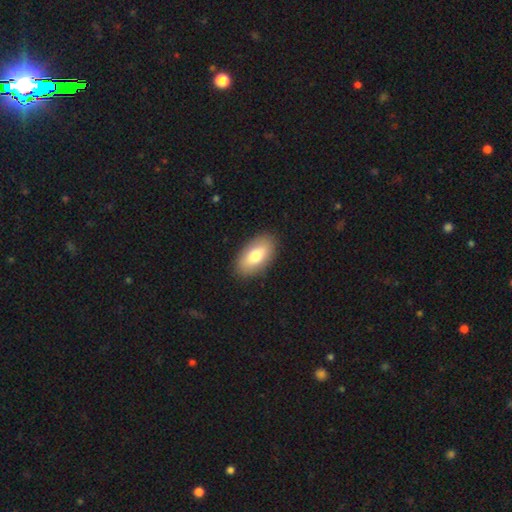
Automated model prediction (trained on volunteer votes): Morphology: type=smooth (76%); roundness=in between (93%); merging=none (88%).